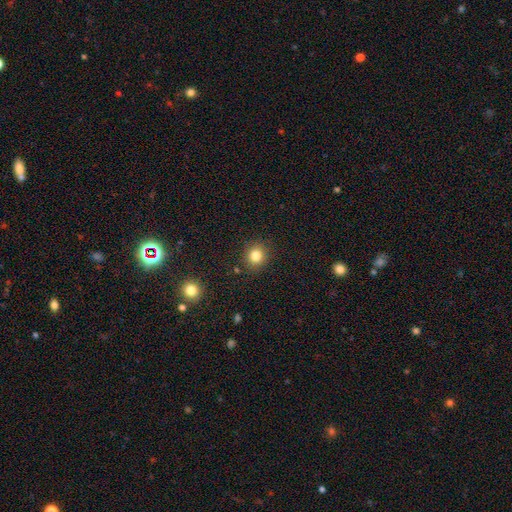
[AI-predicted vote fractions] A smooth galaxy with no disk features (82%) that is round (82%). Merging: none (88%).